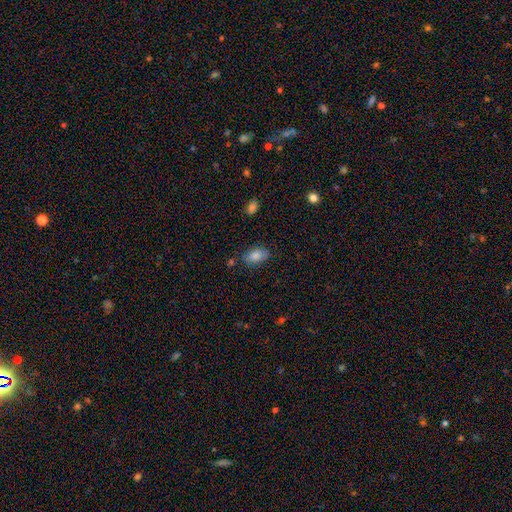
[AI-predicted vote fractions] Smooth or featured: smooth — 85% (star or artifact — 8%)
How rounded: in between — 91% (round — 7%)
Merging: none — 75% (minor disturbance — 18%)